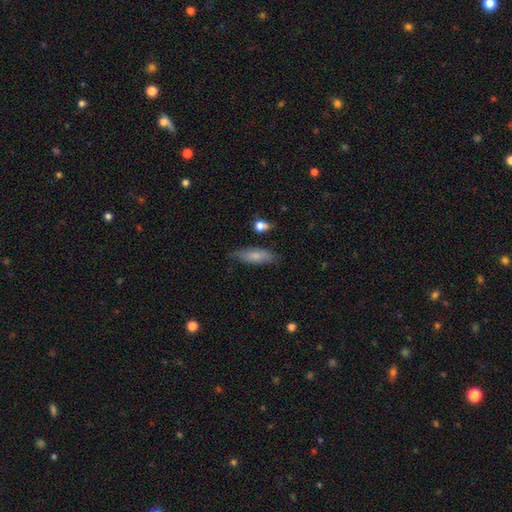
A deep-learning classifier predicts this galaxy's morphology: A smooth galaxy with no disk features (73%) that is in between round and cigar-shaped (52%). Merging: none (76%).